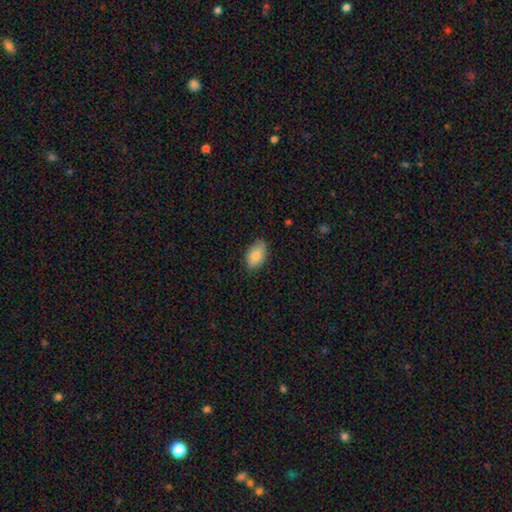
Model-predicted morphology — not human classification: Q: Smooth or featured?
A: smooth (84%); runner-up: featured or disk (9%)
Q: How rounded?
A: in between (92%); runner-up: round (6%)
Q: Merging?
A: none (82%); runner-up: minor disturbance (15%)